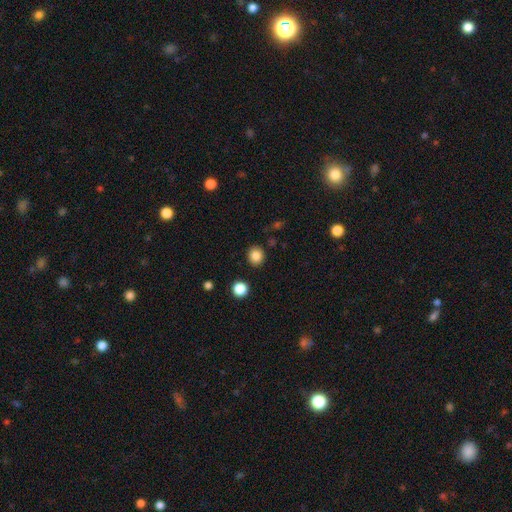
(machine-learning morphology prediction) Smooth or featured: smooth — 85% (star or artifact — 11%)
How rounded: round — 84% (in between — 15%)
Merging: none — 89% (minor disturbance — 6%)